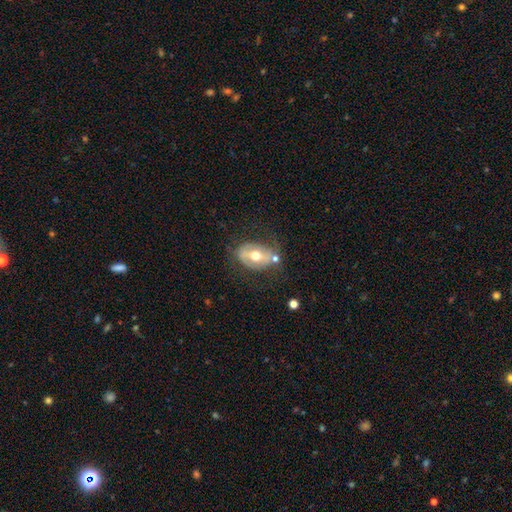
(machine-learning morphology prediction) Smooth or featured: featured or disk — 55% (smooth — 37%)
Edge-on disk: no — 91% (yes — 9%)
Bar: strong — 36% (weak — 33%)
Spiral arms: no — 62% (yes — 38%)
Bulge size: moderate — 77% (small — 12%)
Merging: none — 57% (minor disturbance — 22%)